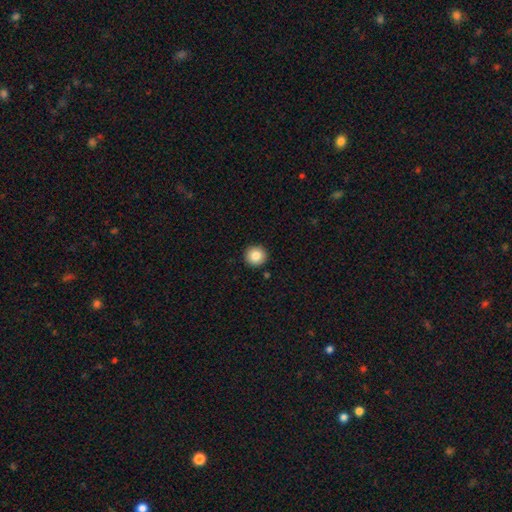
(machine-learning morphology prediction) This appears to be a smooth galaxy with no disk features (84%) that is round (95%). Merging: none (92%).